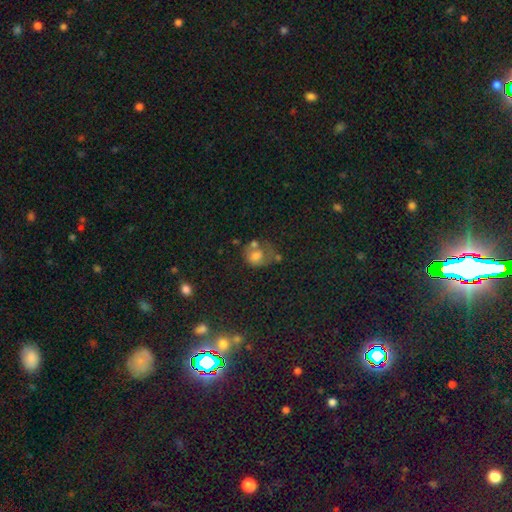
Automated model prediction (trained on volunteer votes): Smooth or featured: smooth — 57% (featured or disk — 27%)
How rounded: round — 62% (in between — 37%)
Merging: none — 30% (merger — 28%)